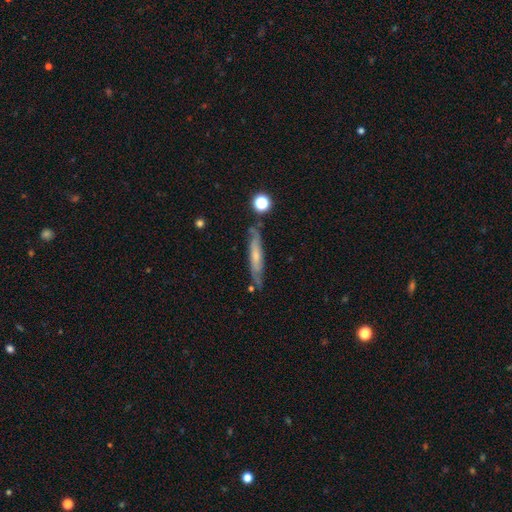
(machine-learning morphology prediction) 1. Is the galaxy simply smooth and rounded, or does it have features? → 54% featured or disk, 39% smooth, 7% star or artifact.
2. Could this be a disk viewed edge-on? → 66% yes, 34% no.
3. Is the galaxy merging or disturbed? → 75% none, 17% minor disturbance, 4% merger, 4% major disturbance.